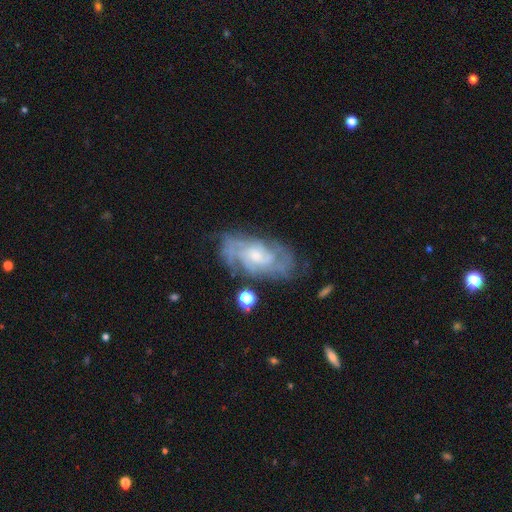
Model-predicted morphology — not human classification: Q: Smooth or featured?
A: featured or disk (83%); runner-up: smooth (10%)
Q: Edge-on disk?
A: no (95%); runner-up: yes (5%)
Q: Bar?
A: no (63%); runner-up: weak (31%)
Q: Spiral arms?
A: yes (94%); runner-up: no (6%)
Q: Spiral winding?
A: tight (59%); runner-up: medium (33%)
Q: Spiral arm count?
A: can't tell (40%); runner-up: 2 (20%)
Q: Bulge size?
A: small (48%); runner-up: moderate (40%)
Q: Merging?
A: none (69%); runner-up: minor disturbance (20%)